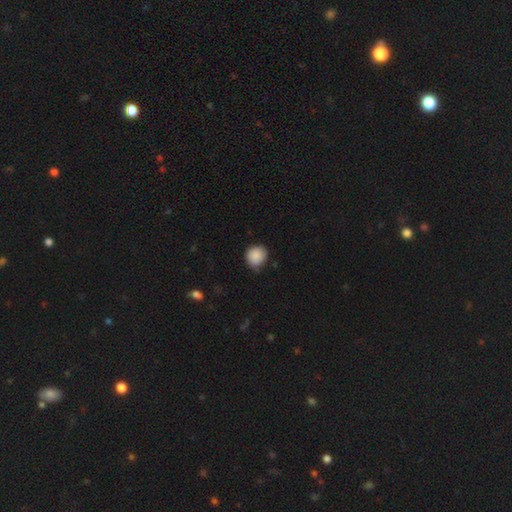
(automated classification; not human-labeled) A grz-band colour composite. It shows a smooth galaxy with no disk features (88%) that is round (86%). Merging: none (73%).